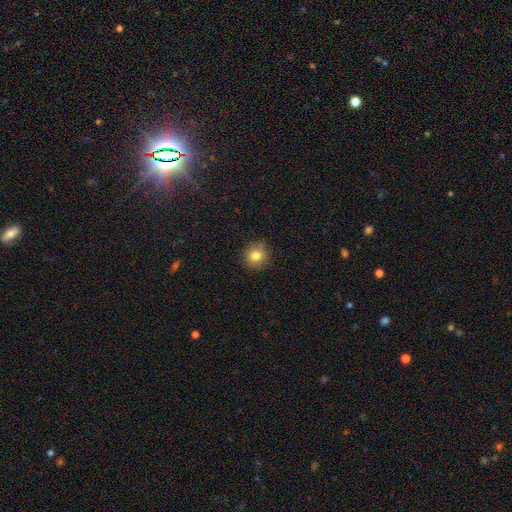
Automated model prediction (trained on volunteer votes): Overall: smooth (80%). How rounded: round (91%). Merging: none (84%).